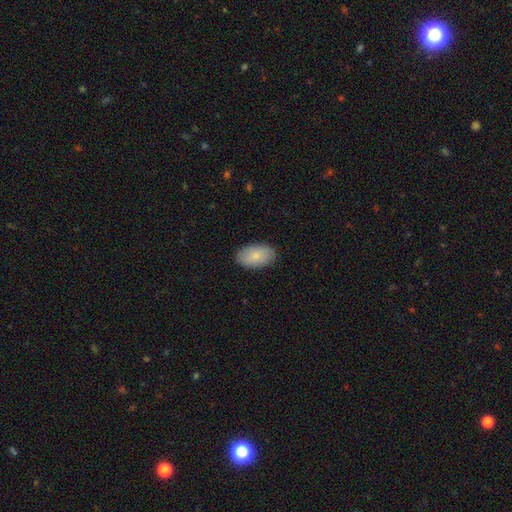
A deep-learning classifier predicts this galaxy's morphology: The model was most divided on "smooth or featured": smooth: 84%, featured or disk: 10%, star or artifact: 6%. More confident: how rounded — in between (94%); merging — none (88%).